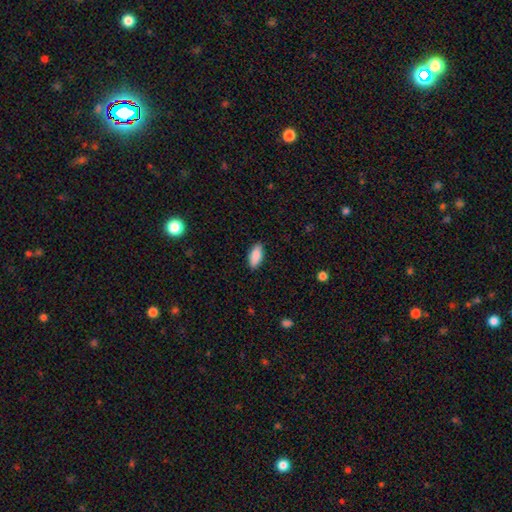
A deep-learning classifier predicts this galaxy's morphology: Overall: smooth (89%). How rounded: in between (89%). Merging: none (88%).